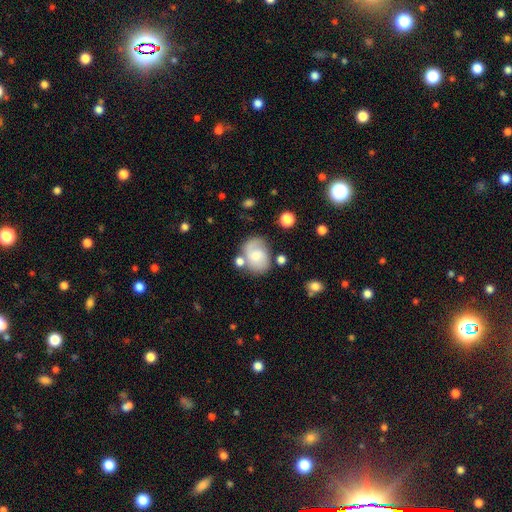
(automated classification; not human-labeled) Q: Smooth or featured?
A: featured or disk (51%); runner-up: smooth (41%)
Q: Edge-on disk?
A: no (97%); runner-up: yes (3%)
Q: Merging?
A: none (57%); runner-up: minor disturbance (22%)